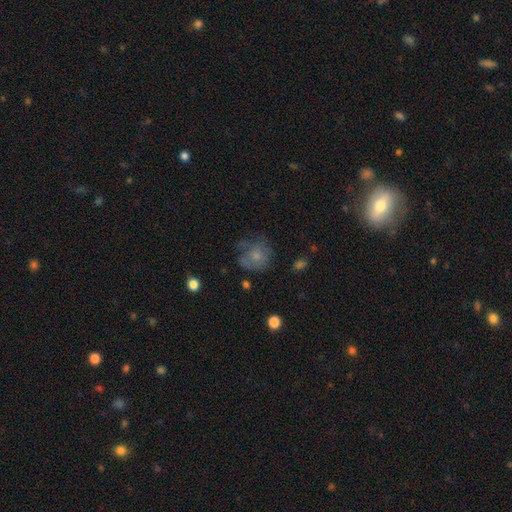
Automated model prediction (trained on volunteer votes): smooth-or-featured: smooth: 63% | featured or disk: 26% | star or artifact: 11%
  how-rounded: round: 71% | in between: 28% | cigar-shaped: 1%
  merging: none: 45% | minor disturbance: 27% | major disturbance: 25% | merger: 3%